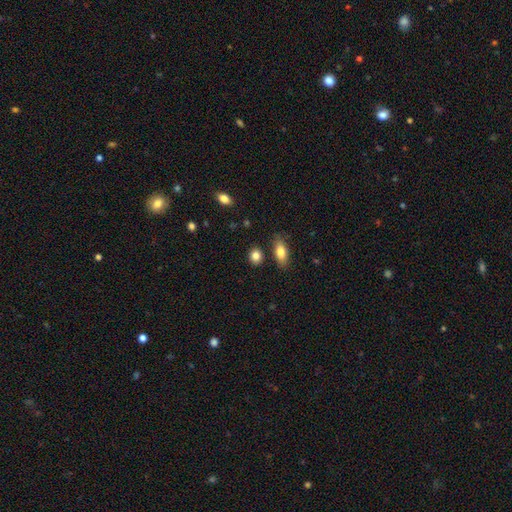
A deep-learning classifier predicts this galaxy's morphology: smooth-or-featured: smooth: 85% | star or artifact: 9% | featured or disk: 6%
  how-rounded: round: 60% | in between: 37% | cigar-shaped: 3%
  merging: none: 82% | minor disturbance: 9% | merger: 6% | major disturbance: 3%